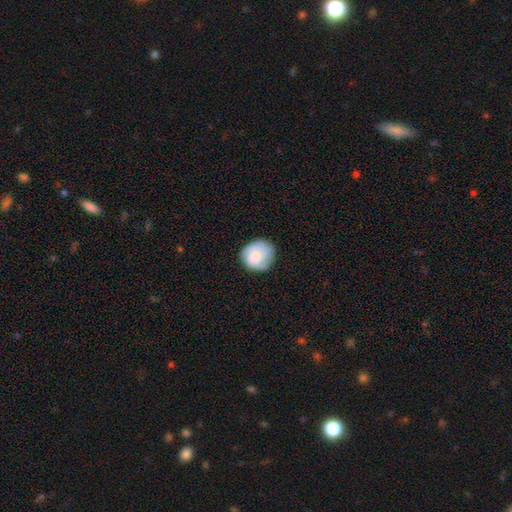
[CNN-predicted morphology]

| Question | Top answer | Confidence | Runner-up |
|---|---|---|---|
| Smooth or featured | smooth | 69% | featured or disk (24%) |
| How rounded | round | 82% | in between (17%) |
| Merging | none | 71% | minor disturbance (21%) |